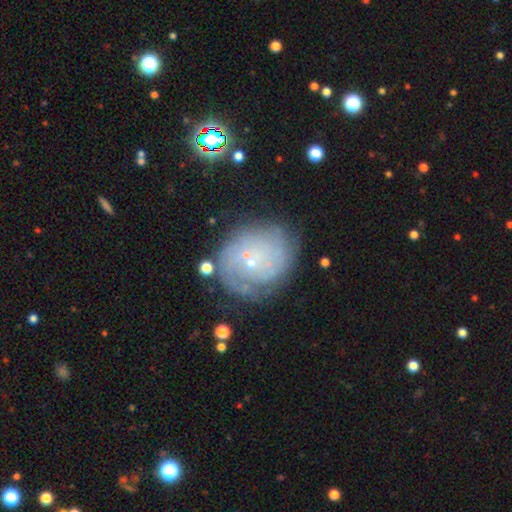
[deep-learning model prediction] A featured or disk galaxy (67%) with no bar (79%), tight (71%) spiral arms (83%) and a small central bulge (87%).

Vote fractions:
- Smooth or featured? featured or disk: 67% / smooth: 21% / star or artifact: 12%
- Edge-on disk? no: 97% / yes: 3%
- Bar? no: 79% / weak: 17% / strong: 4%
- Spiral arms? yes: 83% / no: 17%
- Spiral winding? tight: 71% / medium: 21% / loose: 8%
- Spiral arm count? can't tell: 54% / 2: 15% / 3: 10% / 4: 8% / more than 4: 6% / 1: 6%
- Bulge size? small: 87% / moderate: 8% / none: 2% / large: 1% / dominant: 1%
- Merging? none: 71% / minor disturbance: 19% / major disturbance: 8% / merger: 3%